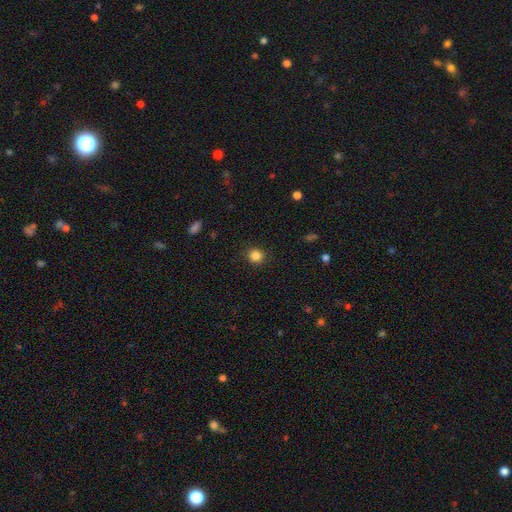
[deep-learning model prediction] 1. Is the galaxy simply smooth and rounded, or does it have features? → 85% smooth, 11% star or artifact, 3% featured or disk.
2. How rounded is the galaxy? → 88% round, 11% in between, 1% cigar-shaped.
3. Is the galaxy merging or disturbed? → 91% none, 6% minor disturbance, 2% major disturbance, 1% merger.